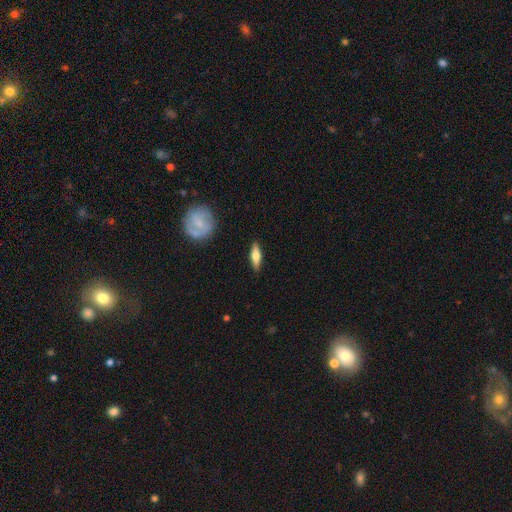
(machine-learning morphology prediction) smooth-or-featured: smooth: 53% | featured or disk: 41% | star or artifact: 6%
  how-rounded: cigar-shaped: 57% | in between: 40% | round: 3%
  merging: none: 88% | minor disturbance: 9% | major disturbance: 2% | merger: 1%